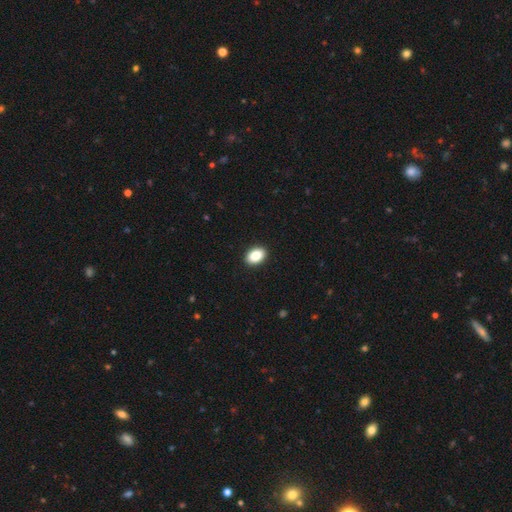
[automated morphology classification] A smooth galaxy with no disk features (88%) that is in between round and cigar-shaped (87%).

Vote fractions:
- Smooth or featured? smooth: 88% / star or artifact: 7% / featured or disk: 5%
- How rounded? in between: 87% / round: 12% / cigar-shaped: 1%
- Merging? none: 92% / minor disturbance: 6% / major disturbance: 2% / merger: 1%